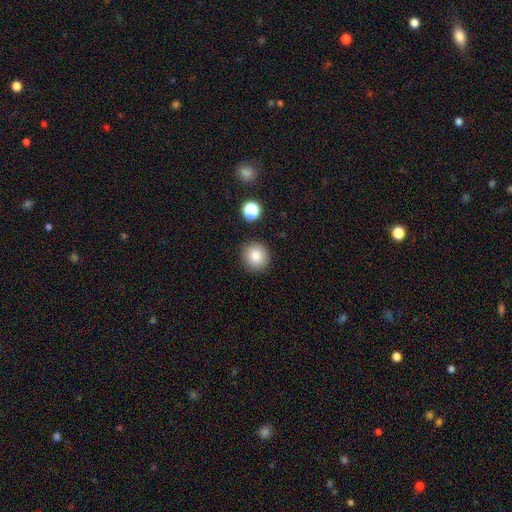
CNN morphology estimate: A smooth galaxy with no disk features (83%) that is round (89%). Merging: none (88%).